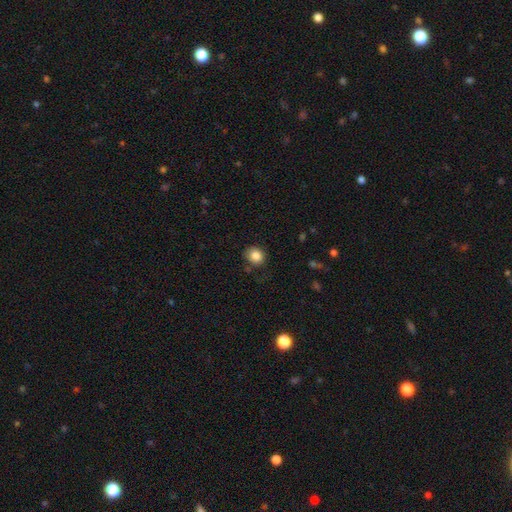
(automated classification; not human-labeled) This is clearly a smooth galaxy (85%). How rounded: likely round (78%). Merging: clearly none (80%).